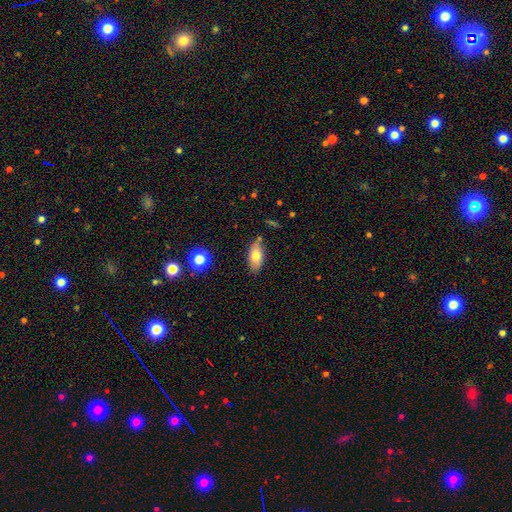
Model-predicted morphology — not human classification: Smooth or featured?
  - smooth: 74% *
  - featured or disk: 19%
  - star or artifact: 8%
How rounded?
  - in between: 89% *
  - cigar-shaped: 7%
  - round: 4%
Merging?
  - none: 79% *
  - minor disturbance: 15%
  - merger: 4%
  - major disturbance: 3%